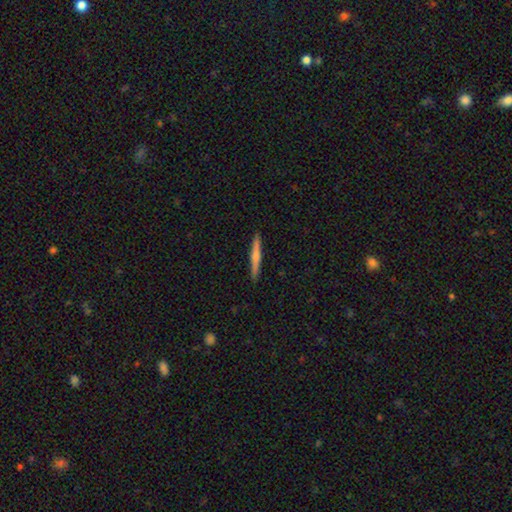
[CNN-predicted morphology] Smooth or featured: smooth — 51% (featured or disk — 43%)
How rounded: cigar-shaped — 95% (in between — 4%)
Merging: none — 91% (minor disturbance — 6%)